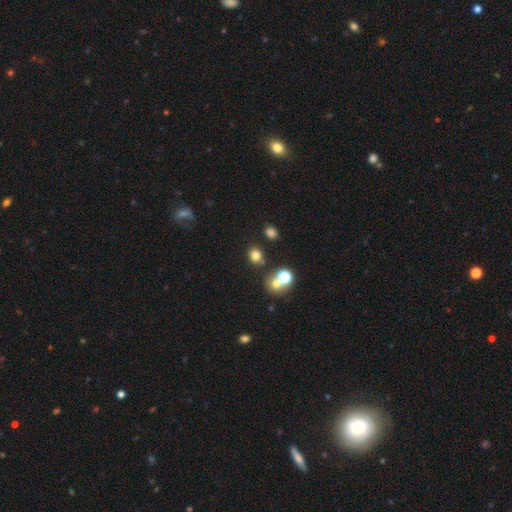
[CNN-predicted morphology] A smooth galaxy with no disk features (76%) that is round (76%). Merging: none (76%).